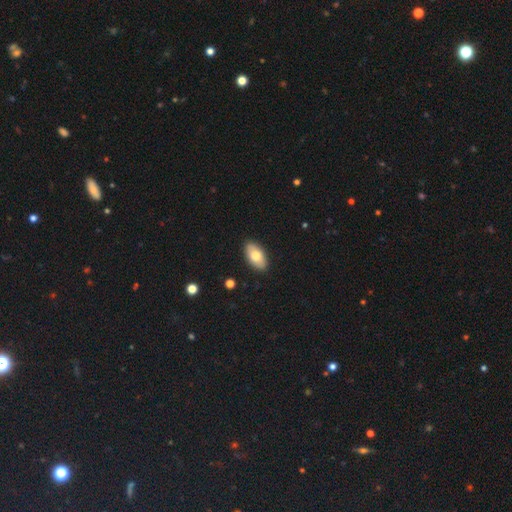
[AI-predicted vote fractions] The model was most divided on "smooth or featured": smooth: 74%, featured or disk: 20%, star or artifact: 6%. More confident: how rounded — in between (93%); merging — none (89%).